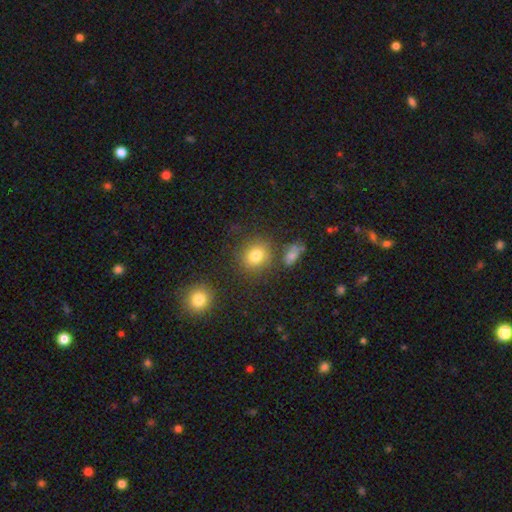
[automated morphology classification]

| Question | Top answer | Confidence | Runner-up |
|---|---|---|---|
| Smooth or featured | smooth | 78% | star or artifact (13%) |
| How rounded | round | 72% | in between (27%) |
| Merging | none | 77% | minor disturbance (12%) |